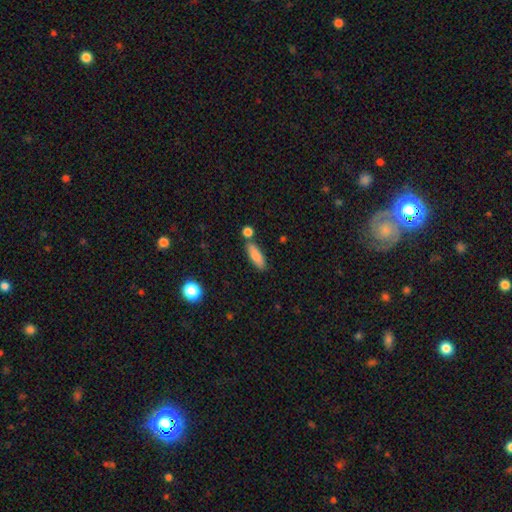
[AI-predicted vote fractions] smooth 83%, featured or disk 10%, star or artifact 7%. Down the decision tree: how rounded — in between (56%); merging — none (73%).